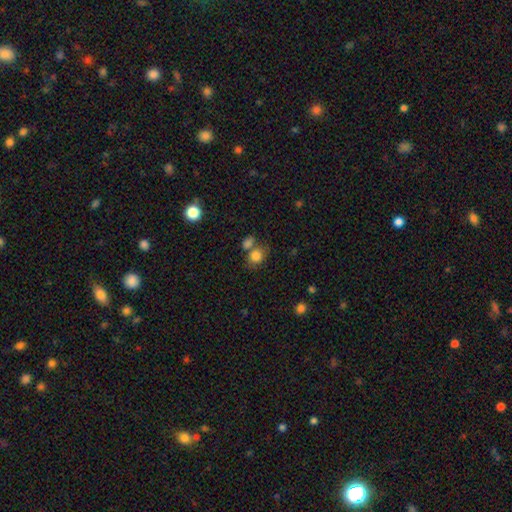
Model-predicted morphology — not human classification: Smooth or featured? smooth (81%)
How rounded? round (59%)
Merging? none (49%)